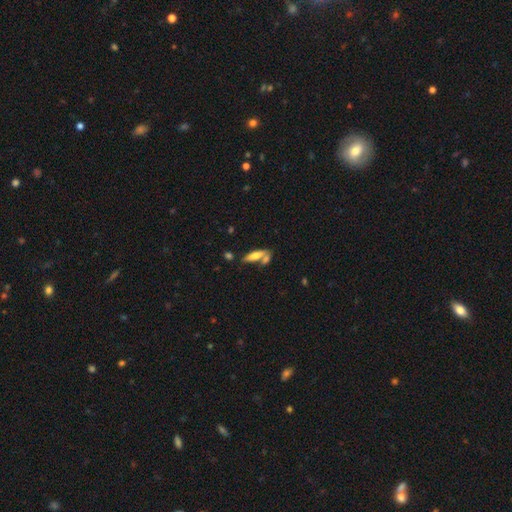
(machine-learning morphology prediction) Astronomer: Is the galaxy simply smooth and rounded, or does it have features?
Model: smooth — 68%.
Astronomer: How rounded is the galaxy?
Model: cigar-shaped — 53% (runner-up: in between, 44%).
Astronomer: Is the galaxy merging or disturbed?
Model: none — 48% (runner-up: merger, 35%).